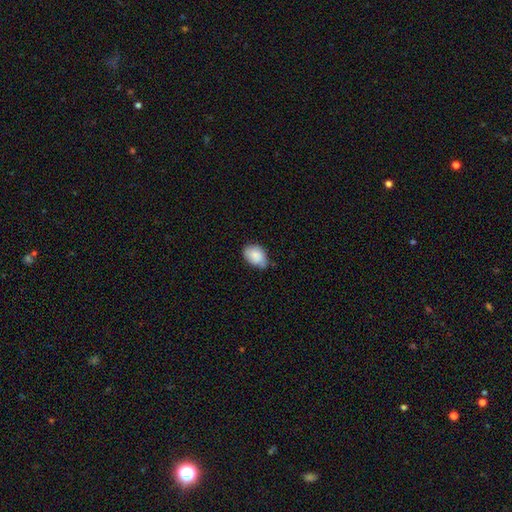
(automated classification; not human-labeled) smooth_or_featured: smooth (p=0.85) [alt: featured or disk p=0.08]
how_rounded: in between (p=0.82) [alt: round p=0.17]
merging: none (p=0.59) [alt: minor disturbance p=0.34]